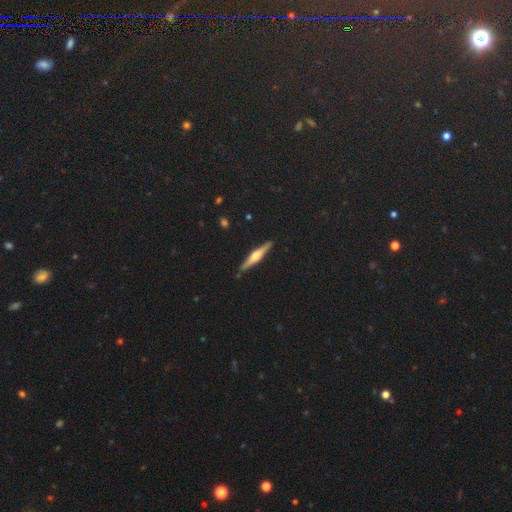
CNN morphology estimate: type=featured or disk (69%); edge-on=yes (98%); edge-on bulge=rounded (85%); merging=none (90%).